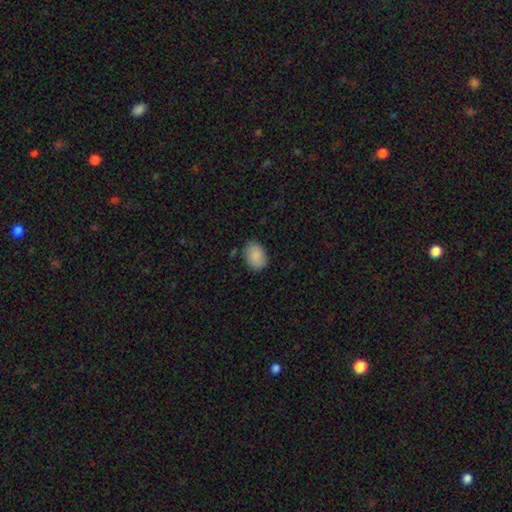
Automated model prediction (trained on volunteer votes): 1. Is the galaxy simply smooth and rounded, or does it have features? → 89% smooth, 7% star or artifact, 5% featured or disk.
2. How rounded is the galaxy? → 83% in between, 16% round, 1% cigar-shaped.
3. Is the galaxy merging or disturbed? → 81% none, 14% minor disturbance, 3% major disturbance, 2% merger.